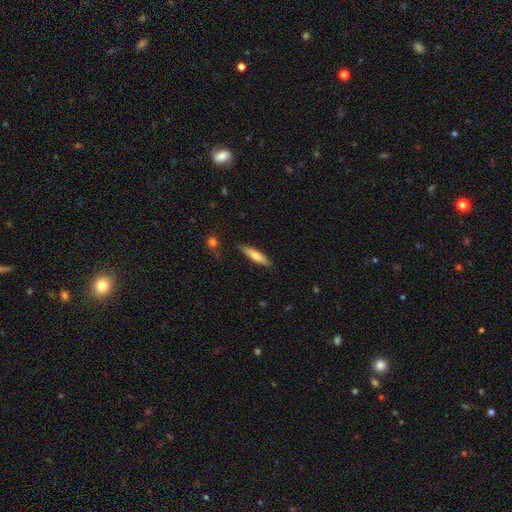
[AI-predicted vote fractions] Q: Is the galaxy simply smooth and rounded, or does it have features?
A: smooth — 72%.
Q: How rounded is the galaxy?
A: cigar-shaped — 76%.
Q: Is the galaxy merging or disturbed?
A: none — 83%.